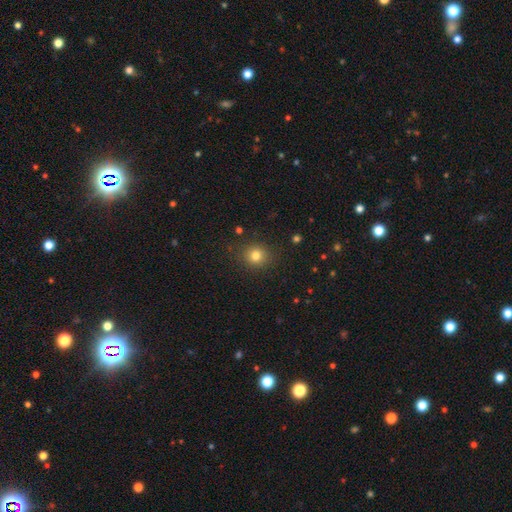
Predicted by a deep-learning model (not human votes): Morphology: type=smooth (79%); roundness=round (84%); merging=none (86%).